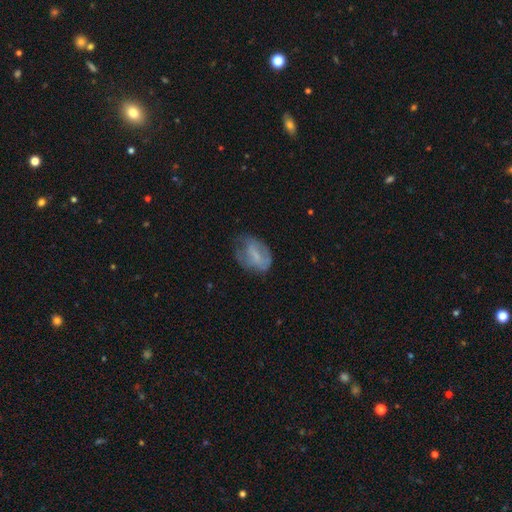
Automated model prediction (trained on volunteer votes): This is possibly a smooth galaxy (52%). How rounded: clearly in between (80%). Merging: possibly none (46%).